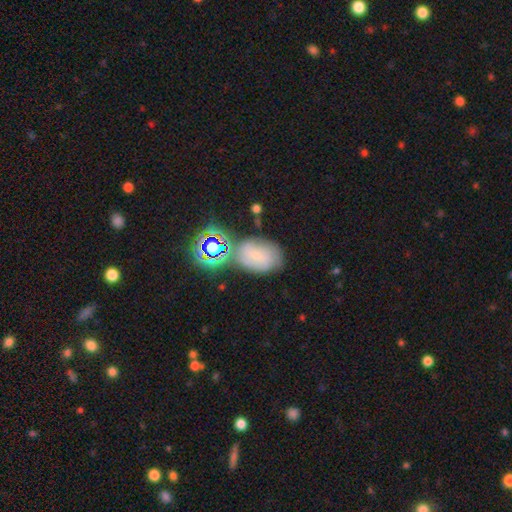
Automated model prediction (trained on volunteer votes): Smooth or featured? smooth (44%)
Merging? none (56%)